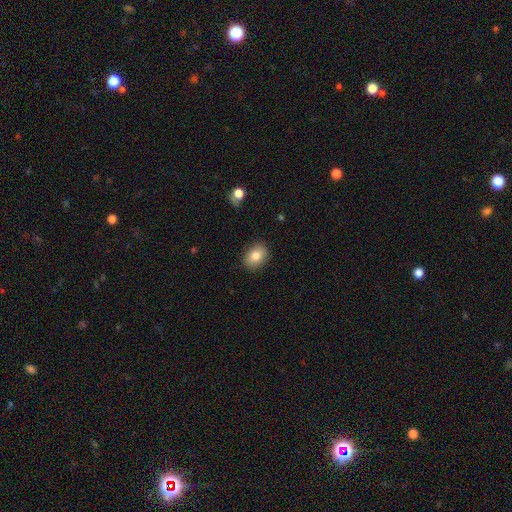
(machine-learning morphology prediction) A smooth galaxy with no disk features (83%) that is in between round and cigar-shaped (64%).

Vote fractions:
- Smooth or featured? smooth: 83% / featured or disk: 9% / star or artifact: 9%
- How rounded? in between: 64% / round: 35% / cigar-shaped: 1%
- Merging? none: 88% / minor disturbance: 9% / major disturbance: 2% / merger: 1%